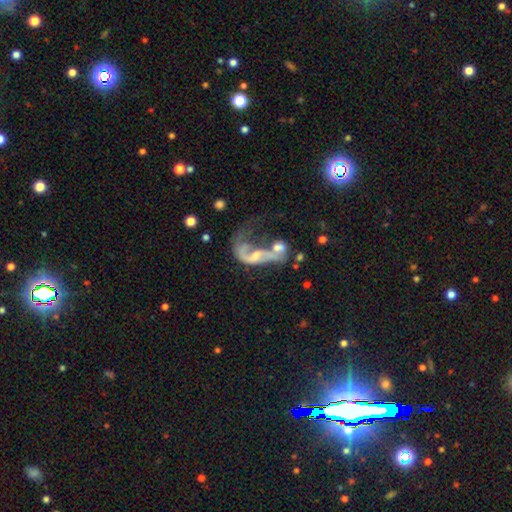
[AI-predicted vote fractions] Smooth or featured?
  - featured or disk: 69% *
  - smooth: 21%
  - star or artifact: 11%
Edge-on disk?
  - no: 93% *
  - yes: 7%
Bar?
  - no: 61% *
  - weak: 28%
  - strong: 11%
Spiral arms?
  - yes: 64% *
  - no: 36%
Bulge size?
  - small: 43% *
  - moderate: 34%
  - none: 17%
  - large: 4%
  - dominant: 2%
Merging?
  - merger: 45% *
  - major disturbance: 33%
  - none: 14%
  - minor disturbance: 8%